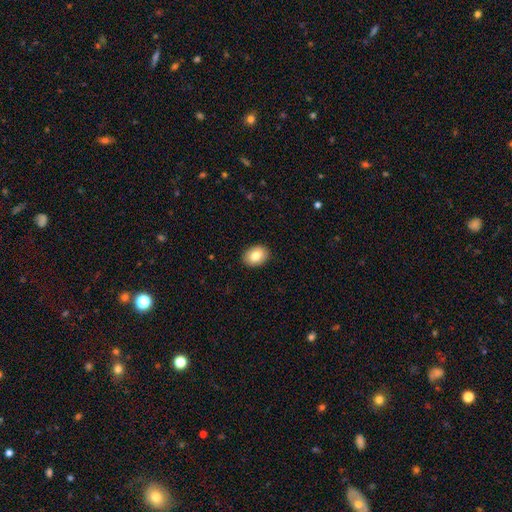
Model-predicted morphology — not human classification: This appears to be a smooth galaxy with no disk features (82%) that is in between round and cigar-shaped (68%). Merging: none (91%).